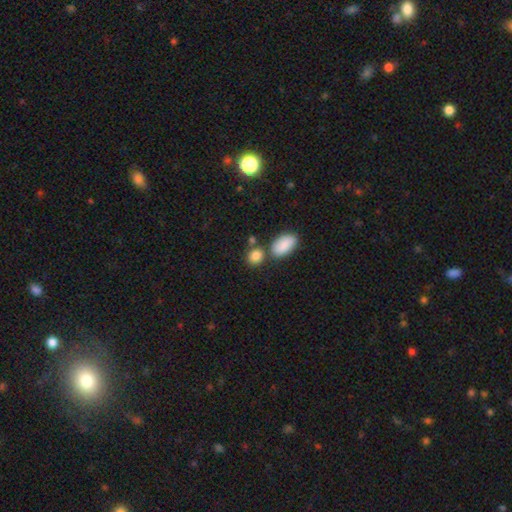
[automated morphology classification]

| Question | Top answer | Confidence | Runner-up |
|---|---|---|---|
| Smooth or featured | smooth | 86% | star or artifact (9%) |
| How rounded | round | 56% | in between (42%) |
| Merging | none | 66% | merger (19%) |